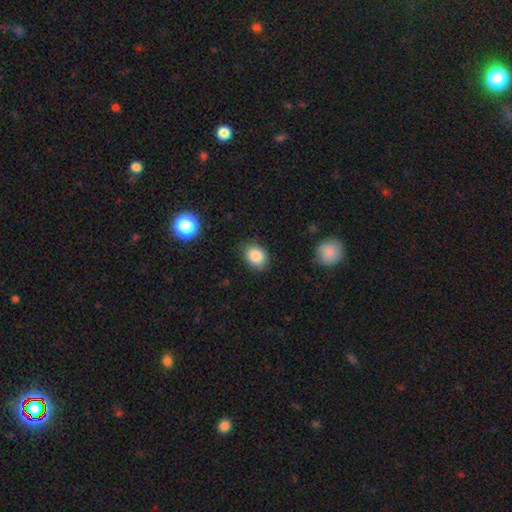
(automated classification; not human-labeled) The model was most divided on "how rounded": in between: 57%, round: 42%, cigar-shaped: 1%. More confident: smooth or featured — smooth (86%); merging — none (81%).